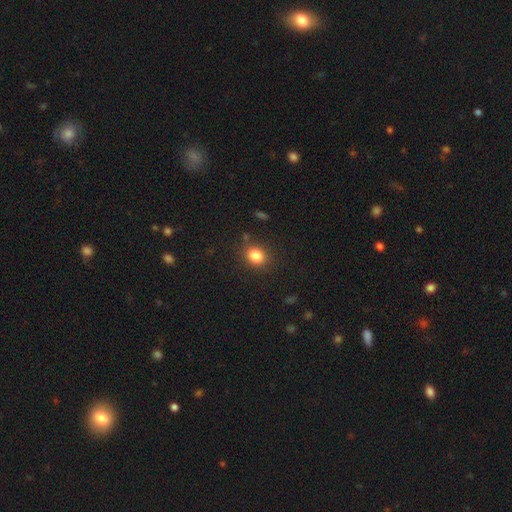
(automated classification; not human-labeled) A smooth galaxy with no disk features (84%) that is round (51%). Merging: none (83%).